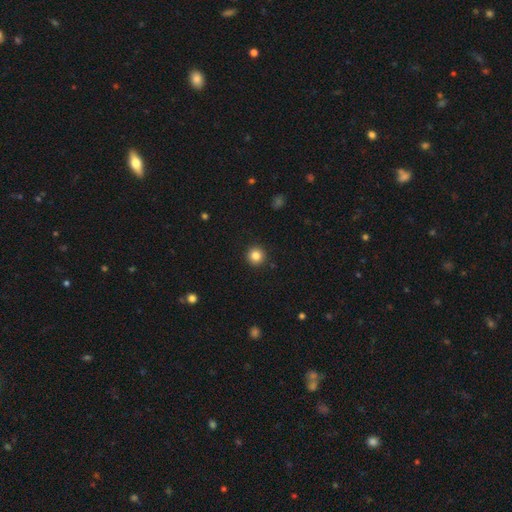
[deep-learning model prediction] Q: Smooth or featured?
A: smooth (83%); runner-up: star or artifact (11%)
Q: How rounded?
A: round (96%); runner-up: in between (4%)
Q: Merging?
A: none (93%); runner-up: minor disturbance (4%)